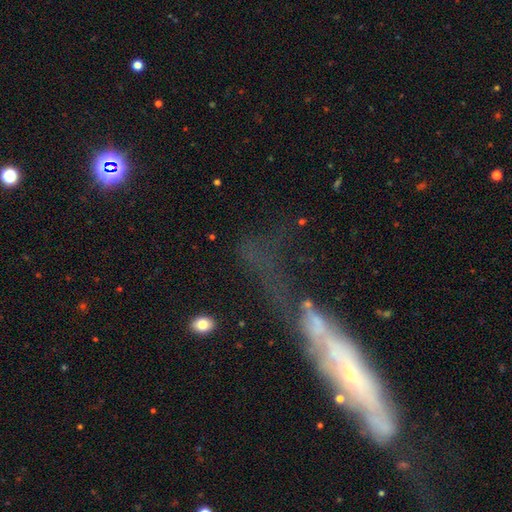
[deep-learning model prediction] Smooth or featured?
  - featured or disk: 48% *
  - smooth: 31%
  - star or artifact: 21%
Merging?
  - major disturbance: 34% *
  - none: 31%
  - merger: 19%
  - minor disturbance: 17%